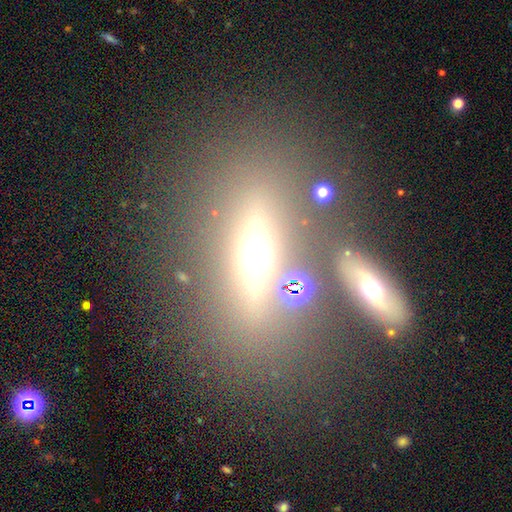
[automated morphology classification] The model was most divided on "smooth or featured": featured or disk: 48%, smooth: 36%, star or artifact: 16%. More confident: merging — none (66%).